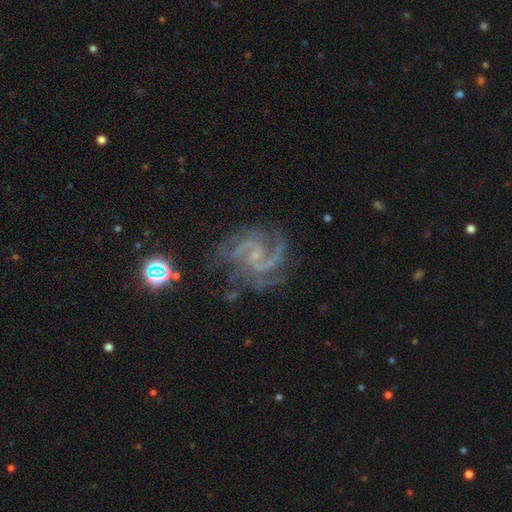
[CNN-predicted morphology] Smooth or featured?
  - featured or disk: 88% *
  - star or artifact: 8%
  - smooth: 4%
Edge-on disk?
  - no: 98% *
  - yes: 2%
Bar?
  - weak: 44% *
  - no: 42%
  - strong: 14%
Spiral arms?
  - yes: 98% *
  - no: 2%
Spiral winding?
  - medium: 57% *
  - tight: 28%
  - loose: 15%
Spiral arm count?
  - 2: 54% *
  - 3: 20%
  - can't tell: 10%
  - 4: 6%
  - 1: 5%
  - more than 4: 5%
Bulge size?
  - small: 71% *
  - none: 19%
  - moderate: 9%
  - large: 1%
  - dominant: 1%
Merging?
  - none: 66% *
  - minor disturbance: 18%
  - major disturbance: 13%
  - merger: 3%